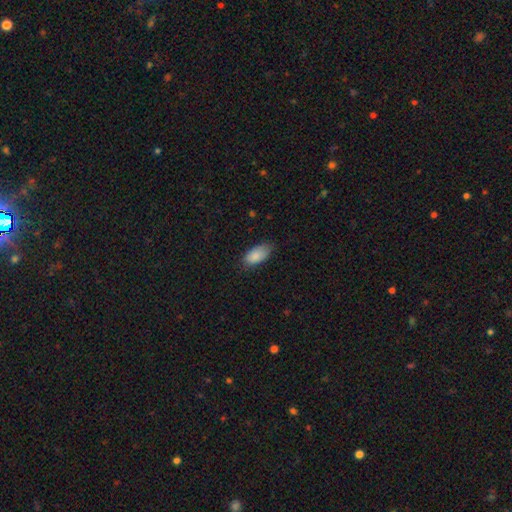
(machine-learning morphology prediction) A smooth galaxy with no disk features (87%) that is in between round and cigar-shaped (93%).

Vote fractions:
- Smooth or featured? smooth: 87% / star or artifact: 7% / featured or disk: 6%
- How rounded? in between: 93% / cigar-shaped: 5% / round: 3%
- Merging? none: 71% / minor disturbance: 24% / major disturbance: 4% / merger: 1%